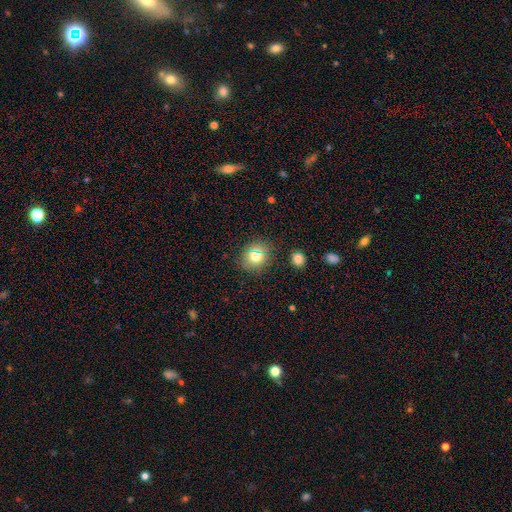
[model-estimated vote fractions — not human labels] This is likely a smooth galaxy (76%). How rounded: likely round (75%). Merging: clearly none (84%).